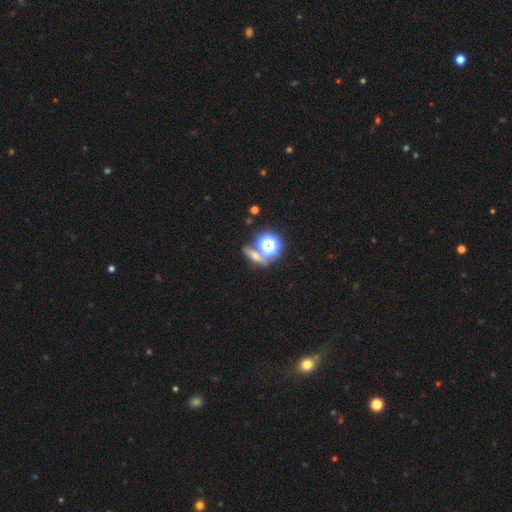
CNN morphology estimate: The model was most divided on "smooth or featured": smooth: 43%, star or artifact: 33%, featured or disk: 24%. More confident: merging — none (69%).